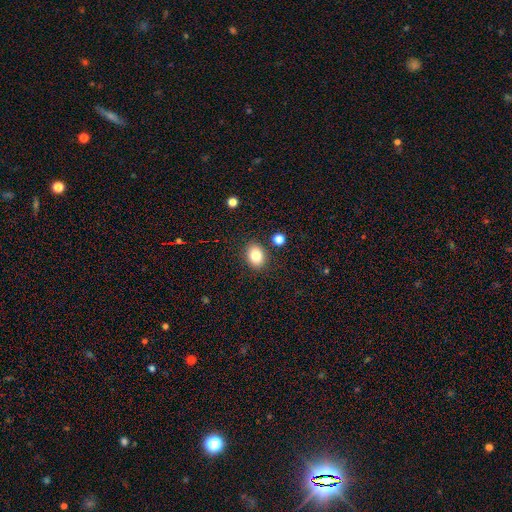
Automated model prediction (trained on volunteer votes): Q: Smooth or featured?
A: smooth (83%); runner-up: star or artifact (10%)
Q: How rounded?
A: in between (57%); runner-up: round (42%)
Q: Merging?
A: none (85%); runner-up: minor disturbance (9%)